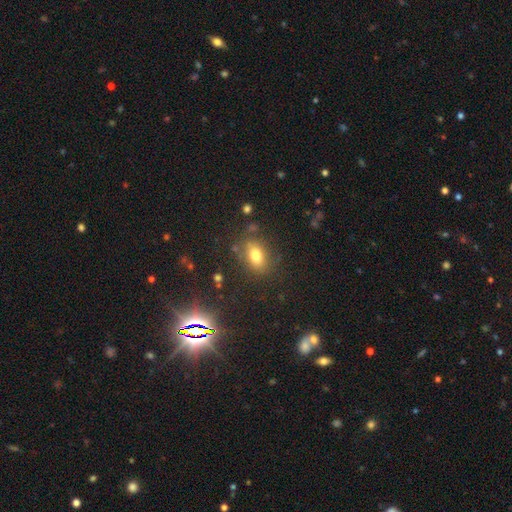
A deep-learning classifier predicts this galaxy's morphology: This appears to be a smooth galaxy with no disk features (75%) that is in between round and cigar-shaped (75%). Merging: none (79%).